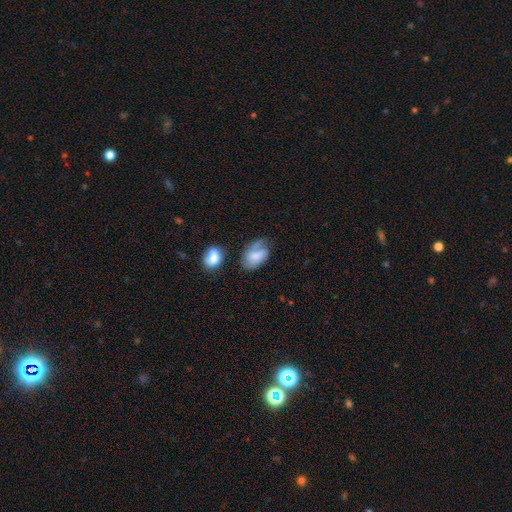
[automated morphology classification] A smooth galaxy with no disk features (61%) that is in between round and cigar-shaped (87%).

Vote fractions:
- Smooth or featured? smooth: 61% / featured or disk: 31% / star or artifact: 9%
- How rounded? in between: 87% / round: 11% / cigar-shaped: 2%
- Merging? none: 43% / minor disturbance: 32% / major disturbance: 18% / merger: 7%